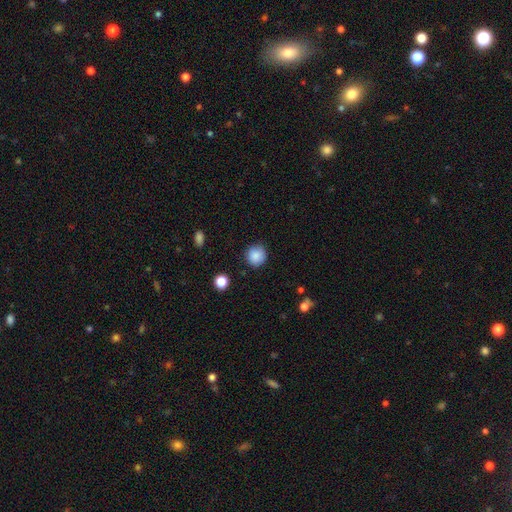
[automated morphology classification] smooth-or-featured: smooth: 87% | star or artifact: 9% | featured or disk: 4%
  how-rounded: round: 93% | in between: 6% | cigar-shaped: 1%
  merging: none: 87% | minor disturbance: 9% | major disturbance: 2% | merger: 1%